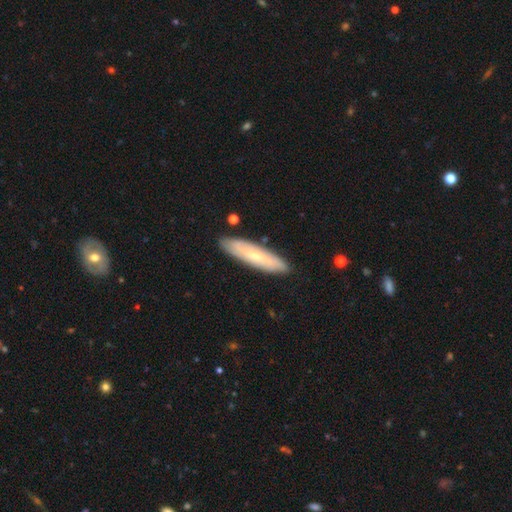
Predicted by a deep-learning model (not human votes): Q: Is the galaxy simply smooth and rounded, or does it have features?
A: smooth — 51%.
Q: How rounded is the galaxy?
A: cigar-shaped — 74%.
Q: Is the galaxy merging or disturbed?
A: none — 86%.